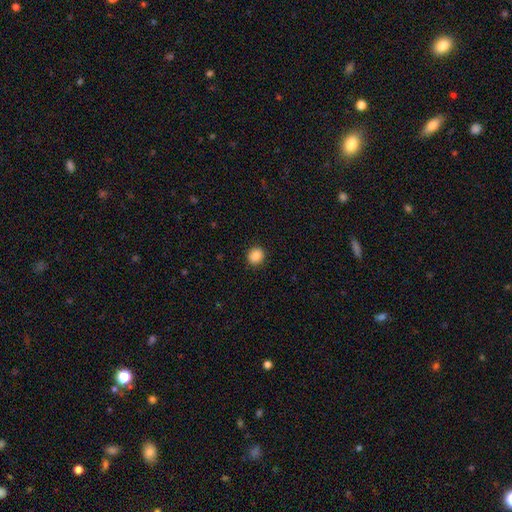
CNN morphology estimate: Smooth or featured? smooth (87%)
How rounded? round (83%)
Merging? none (91%)